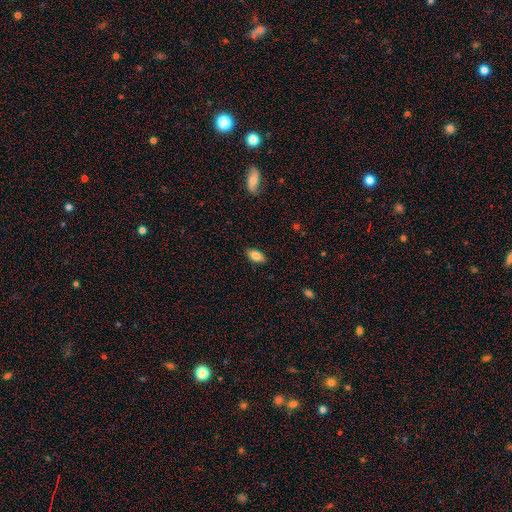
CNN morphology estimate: smooth-or-featured: smooth: 84% | featured or disk: 9% | star or artifact: 7%
  how-rounded: in between: 91% | cigar-shaped: 5% | round: 4%
  merging: none: 88% | minor disturbance: 9% | major disturbance: 2% | merger: 1%